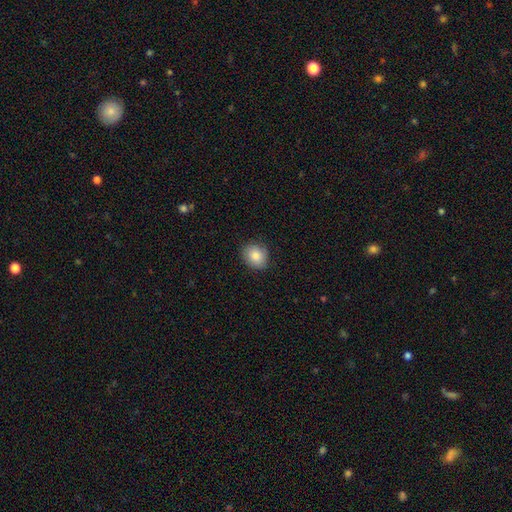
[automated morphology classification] This appears to be a smooth galaxy with no disk features (85%) that is round (69%). Merging: none (86%).